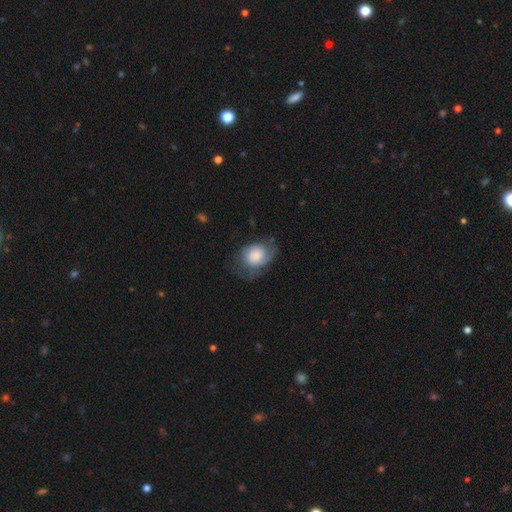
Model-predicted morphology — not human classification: Smooth or featured?
  - smooth: 57% *
  - featured or disk: 36%
  - star or artifact: 7%
How rounded?
  - in between: 64% *
  - round: 35%
  - cigar-shaped: 1%
Merging?
  - none: 48% *
  - minor disturbance: 30%
  - major disturbance: 21%
  - merger: 2%